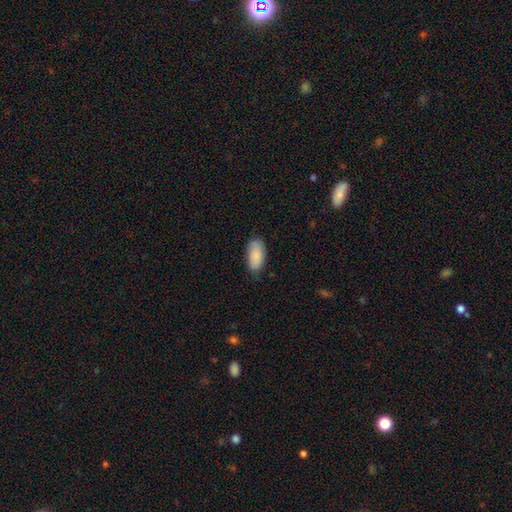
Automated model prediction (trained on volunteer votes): A smooth galaxy with no disk features (86%) that is in between round and cigar-shaped (92%).

Vote fractions:
- Smooth or featured? smooth: 86% / featured or disk: 8% / star or artifact: 6%
- How rounded? in between: 92% / cigar-shaped: 6% / round: 2%
- Merging? none: 74% / minor disturbance: 21% / major disturbance: 4% / merger: 1%